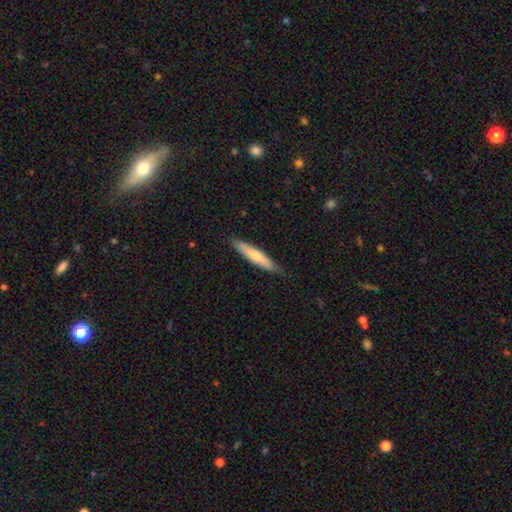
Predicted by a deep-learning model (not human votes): A smooth galaxy with no disk features (68%) that is cigar-shaped (88%). Merging: none (83%).